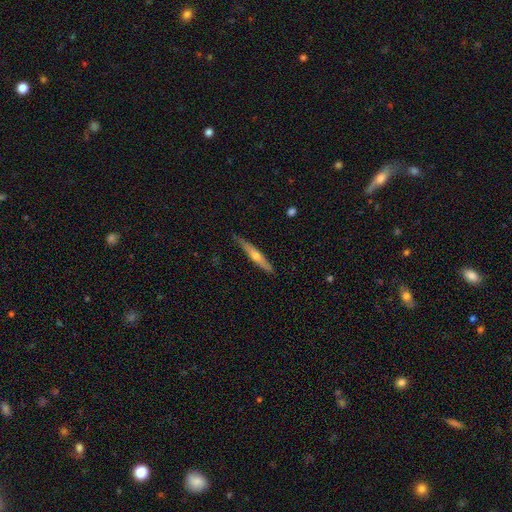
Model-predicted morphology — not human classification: Smooth or featured?
  - featured or disk: 55% *
  - smooth: 39%
  - star or artifact: 6%
Edge-on disk?
  - yes: 94% *
  - no: 6%
Edge-on bulge?
  - rounded: 85% *
  - none: 12%
  - boxy: 3%
Merging?
  - none: 81% *
  - minor disturbance: 15%
  - major disturbance: 2%
  - merger: 1%